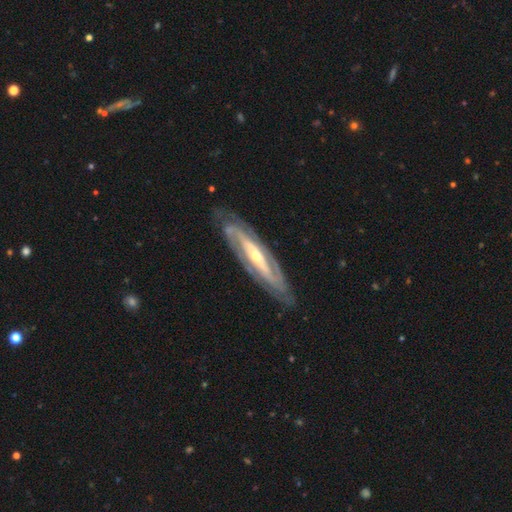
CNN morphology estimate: smooth_or_featured: featured or disk (p=0.86) [alt: smooth p=0.09]
disk_edge_on: no (p=0.78) [alt: yes p=0.22]
bar: strong (p=0.41) [alt: no p=0.35]
has_spiral_arms: yes (p=0.91) [alt: no p=0.09]
spiral_winding: tight (p=0.58) [alt: medium p=0.32]
spiral_arm_count: 2 (p=0.65) [alt: can't tell p=0.20]
bulge_size: small (p=0.53) [alt: moderate p=0.42]
merging: none (p=0.81) [alt: minor disturbance p=0.14]